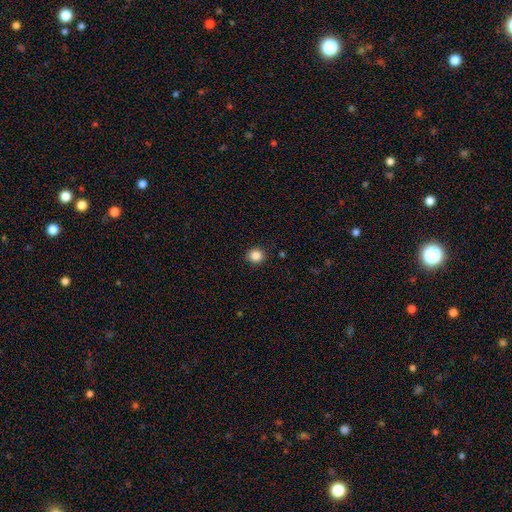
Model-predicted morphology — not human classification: This appears to be a smooth galaxy with no disk features (86%) that is round (91%). Merging: none (92%).